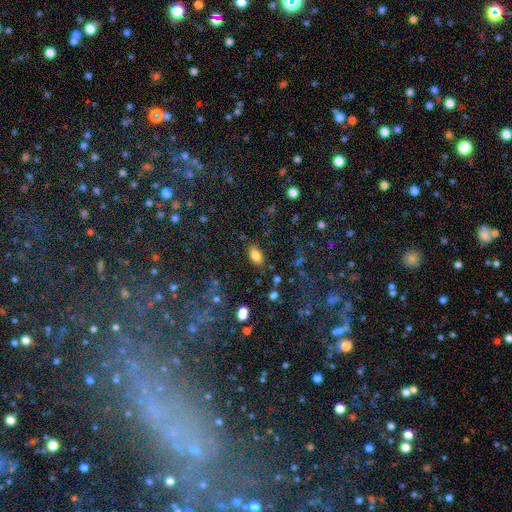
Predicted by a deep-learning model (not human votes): Smooth or featured: smooth — 82% (star or artifact — 10%)
How rounded: in between — 91% (round — 5%)
Merging: none — 84% (minor disturbance — 11%)